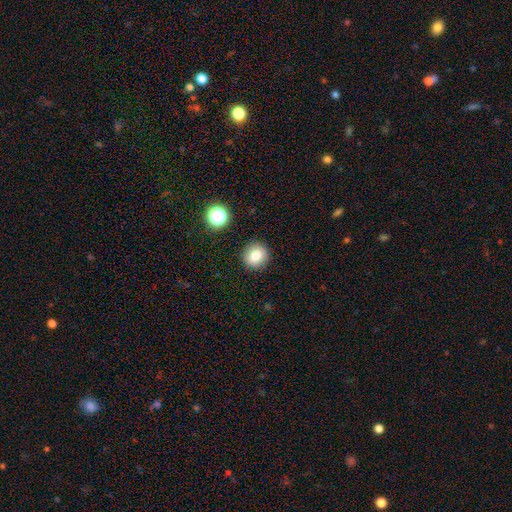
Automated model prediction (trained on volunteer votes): A smooth galaxy with no disk features (81%) that is round (89%). Merging: none (90%).